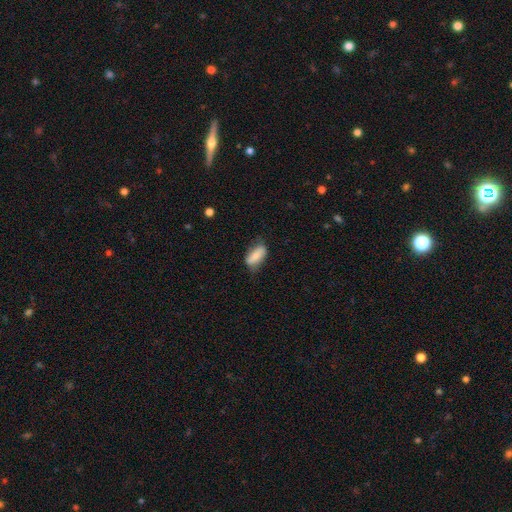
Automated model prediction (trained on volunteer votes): A smooth galaxy with no disk features (73%) that is in between round and cigar-shaped (86%). Merging: none (60%).